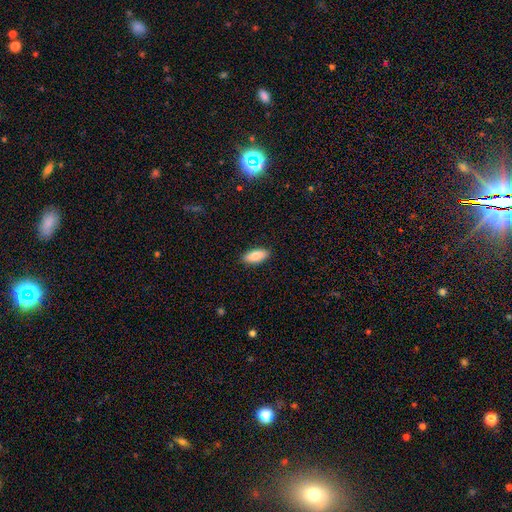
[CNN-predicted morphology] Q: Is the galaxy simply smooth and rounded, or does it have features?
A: smooth — 85%.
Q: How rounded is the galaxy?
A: in between — 86%.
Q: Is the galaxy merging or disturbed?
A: none — 89%.